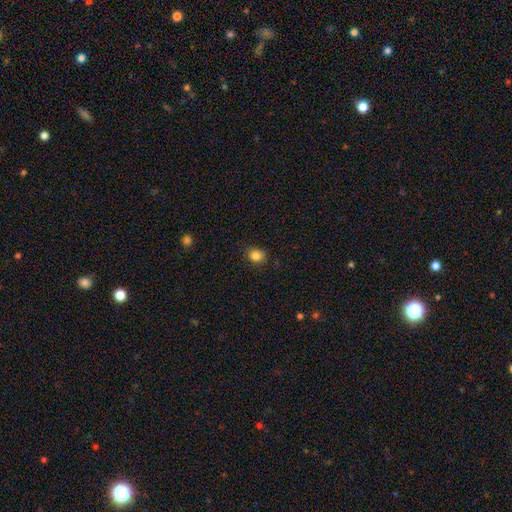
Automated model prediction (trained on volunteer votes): Smooth or featured? Predicted: smooth (p=0.84). How rounded? Predicted: round (p=0.64). Merging? Predicted: none (p=0.83).